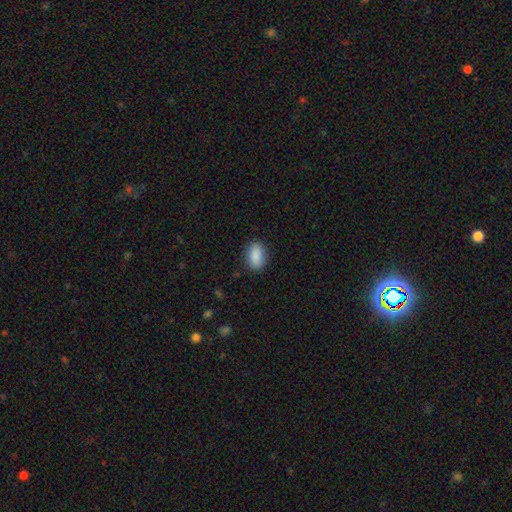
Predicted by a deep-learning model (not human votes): smooth 89%, star or artifact 7%, featured or disk 4%. Down the decision tree: how rounded — in between (89%); merging — none (86%).